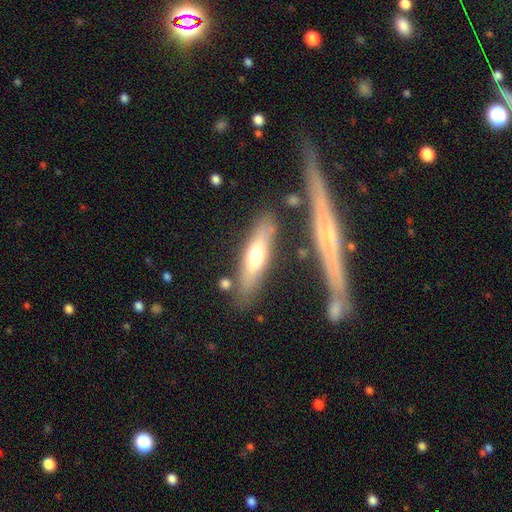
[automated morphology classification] This is possibly a smooth galaxy (48%). Merging: likely none (79%).